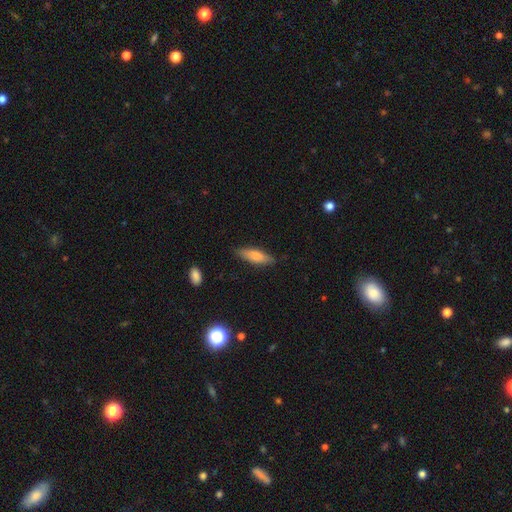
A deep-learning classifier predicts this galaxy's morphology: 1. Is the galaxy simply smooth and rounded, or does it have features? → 75% smooth, 18% featured or disk, 6% star or artifact.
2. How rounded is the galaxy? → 53% cigar-shaped, 45% in between, 2% round.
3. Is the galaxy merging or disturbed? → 81% none, 14% minor disturbance, 3% major disturbance, 1% merger.